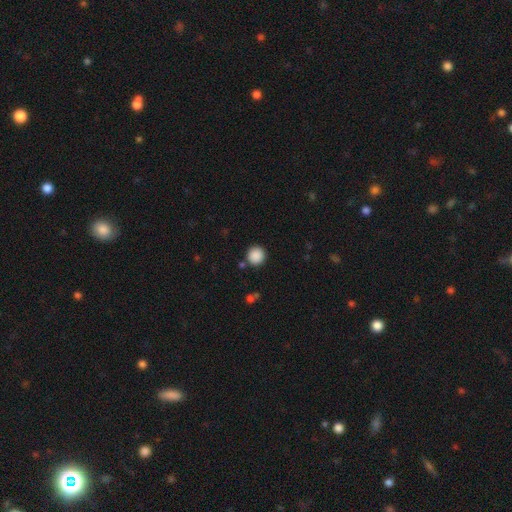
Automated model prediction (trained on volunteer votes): Morphology: type=smooth (88%); roundness=round (94%); merging=none (87%).